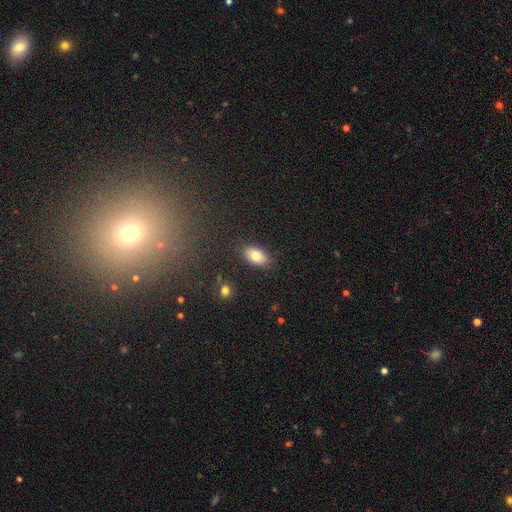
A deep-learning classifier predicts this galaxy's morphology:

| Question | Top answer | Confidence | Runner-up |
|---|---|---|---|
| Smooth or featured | smooth | 79% | featured or disk (12%) |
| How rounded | in between | 90% | round (8%) |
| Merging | none | 85% | minor disturbance (10%) |